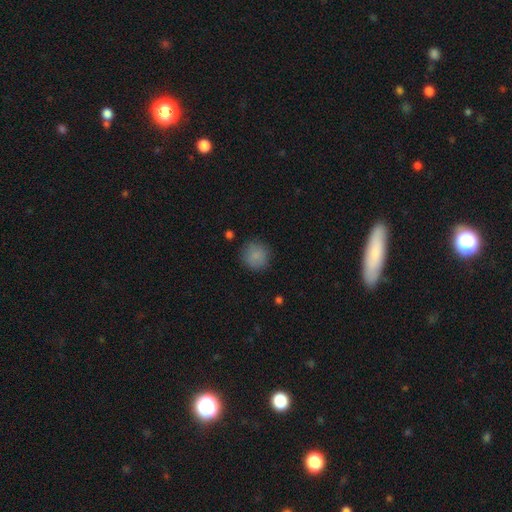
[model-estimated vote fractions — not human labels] Overall: smooth (85%). How rounded: round (92%). Merging: none (85%).